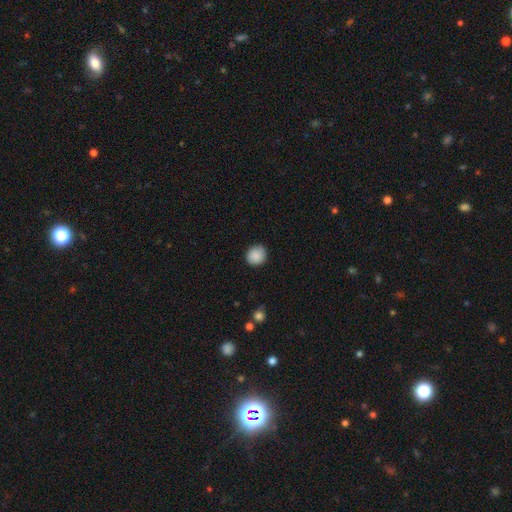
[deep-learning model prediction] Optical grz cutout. It shows a smooth galaxy with no disk features (89%) that is round (87%). Merging: none (89%).